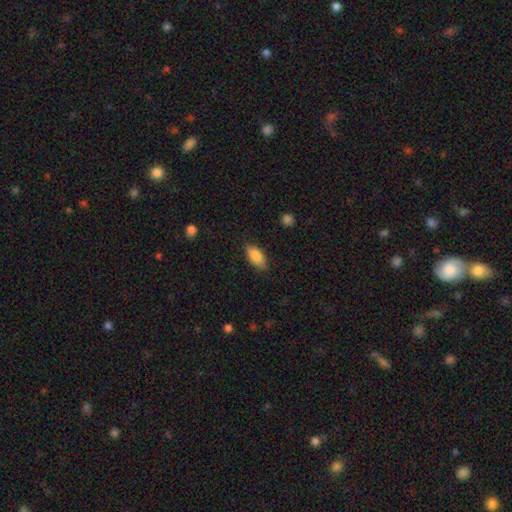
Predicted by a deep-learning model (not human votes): Smooth or featured? Predicted: smooth (p=0.86). How rounded? Predicted: in between (p=0.89). Merging? Predicted: none (p=0.84).